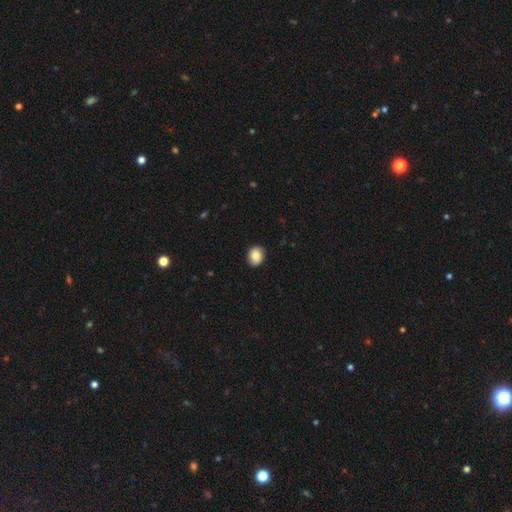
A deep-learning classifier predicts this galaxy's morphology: The model was most divided on "how rounded": round: 58%, in between: 41%, cigar-shaped: 1%. More confident: merging — none (87%); smooth or featured — smooth (84%).